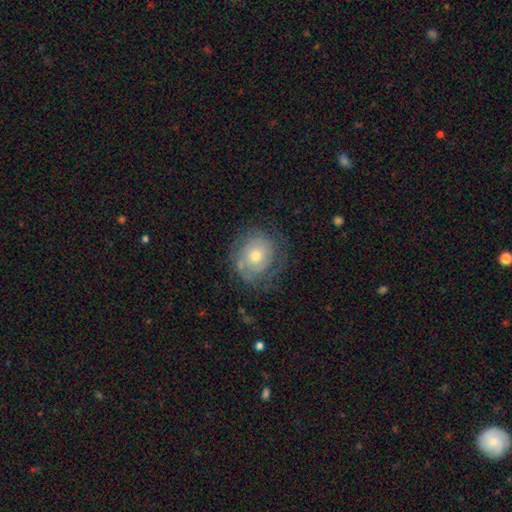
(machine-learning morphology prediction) Smooth or featured?
  - featured or disk: 64% *
  - smooth: 28%
  - star or artifact: 8%
Edge-on disk?
  - no: 97% *
  - yes: 3%
Bar?
  - no: 81% *
  - weak: 16%
  - strong: 3%
Spiral arms?
  - yes: 78% *
  - no: 22%
Bulge size?
  - moderate: 59% *
  - small: 34%
  - large: 5%
  - none: 1%
  - dominant: 1%
Merging?
  - none: 68% *
  - minor disturbance: 19%
  - major disturbance: 11%
  - merger: 2%